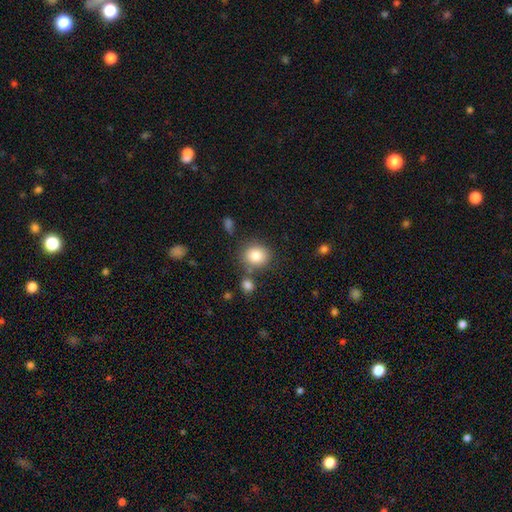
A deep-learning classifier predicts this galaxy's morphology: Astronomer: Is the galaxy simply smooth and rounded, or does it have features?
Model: smooth — 83%.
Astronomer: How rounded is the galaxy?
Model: round — 78%.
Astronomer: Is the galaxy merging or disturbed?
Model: none — 73%.